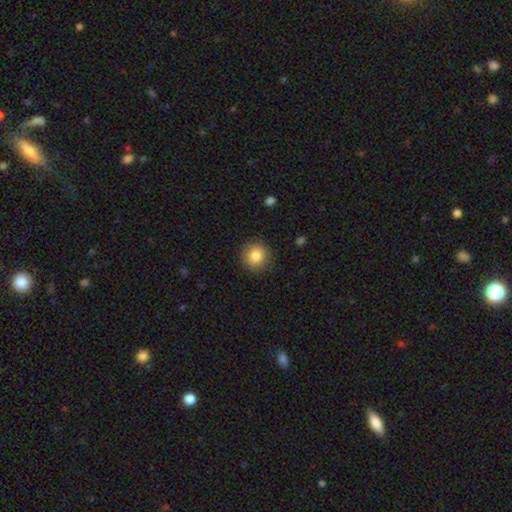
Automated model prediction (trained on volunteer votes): This appears to be a smooth galaxy with no disk features (85%) that is round (92%). Merging: none (89%).